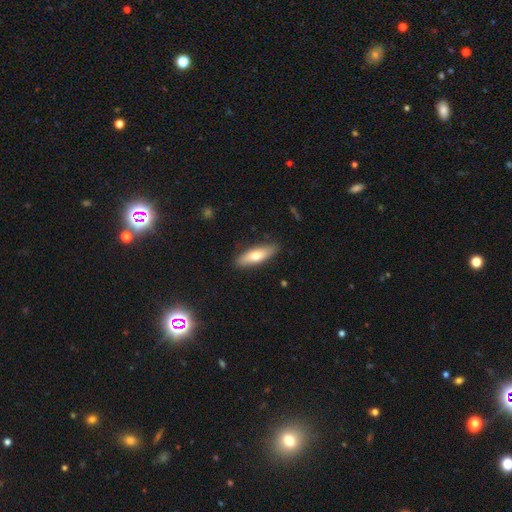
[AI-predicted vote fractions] This is likely a smooth galaxy (67%). How rounded: possibly in between (56%). Merging: clearly none (85%).